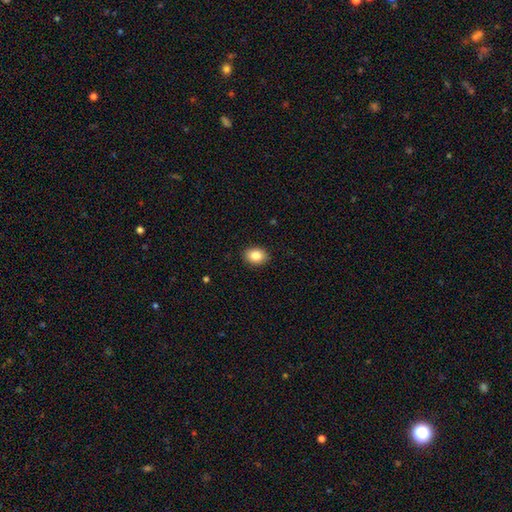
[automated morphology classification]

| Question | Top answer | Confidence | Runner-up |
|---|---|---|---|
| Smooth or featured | smooth | 85% | star or artifact (8%) |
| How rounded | in between | 67% | round (32%) |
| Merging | none | 90% | minor disturbance (7%) |